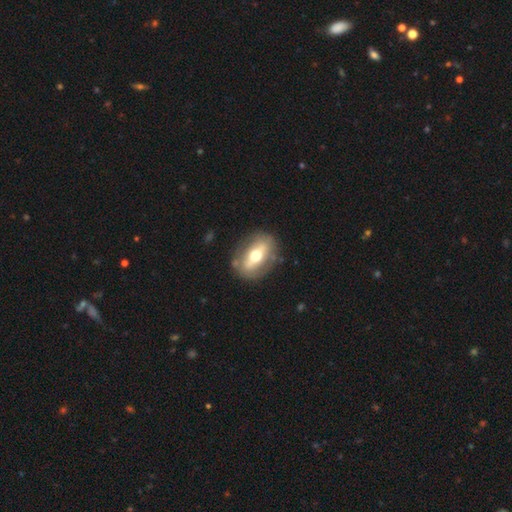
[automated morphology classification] The model was most divided on "smooth or featured": featured or disk: 54%, smooth: 39%, star or artifact: 7%. More confident: merging — none (80%); edge-on disk — no (66%).